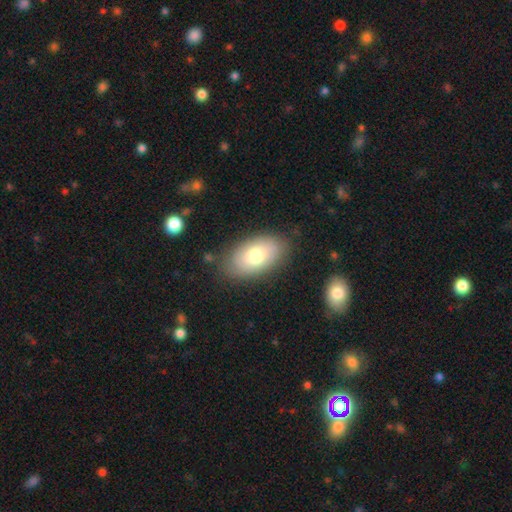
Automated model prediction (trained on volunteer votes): A smooth galaxy with no disk features (73%) that is in between round and cigar-shaped (92%).

Vote fractions:
- Smooth or featured? smooth: 73% / featured or disk: 20% / star or artifact: 8%
- How rounded? in between: 92% / round: 6% / cigar-shaped: 2%
- Merging? none: 81% / minor disturbance: 13% / major disturbance: 4% / merger: 2%